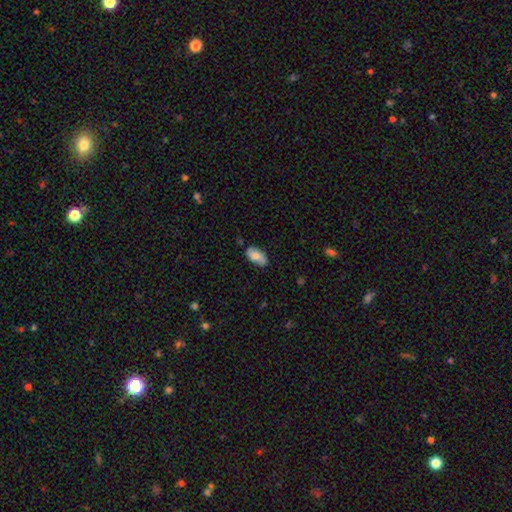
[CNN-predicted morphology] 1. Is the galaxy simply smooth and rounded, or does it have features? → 67% smooth, 26% featured or disk, 7% star or artifact.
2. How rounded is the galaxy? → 93% in between, 4% round, 3% cigar-shaped.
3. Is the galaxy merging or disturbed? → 73% none, 21% minor disturbance, 4% major disturbance, 2% merger.